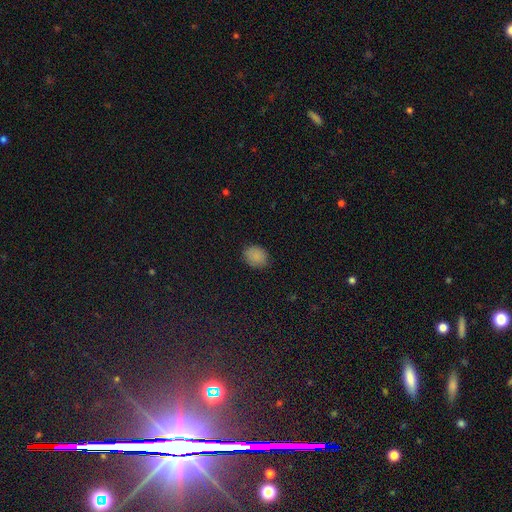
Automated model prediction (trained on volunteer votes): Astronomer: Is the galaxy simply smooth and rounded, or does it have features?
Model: smooth — 85%.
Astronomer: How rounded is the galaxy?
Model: round — 59% (runner-up: in between, 40%).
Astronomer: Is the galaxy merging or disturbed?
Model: none — 83%.